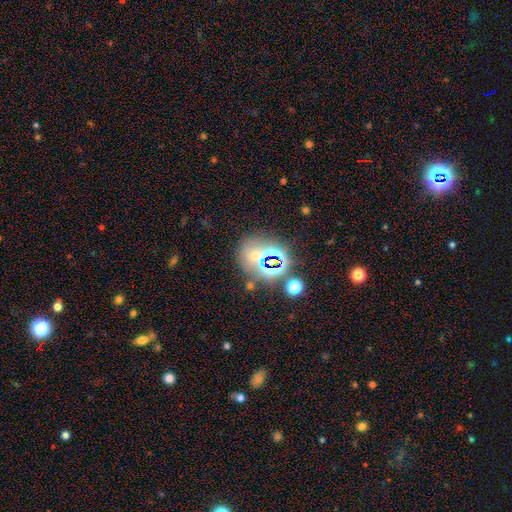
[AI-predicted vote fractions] A star or artifact, not a galaxy (49%).